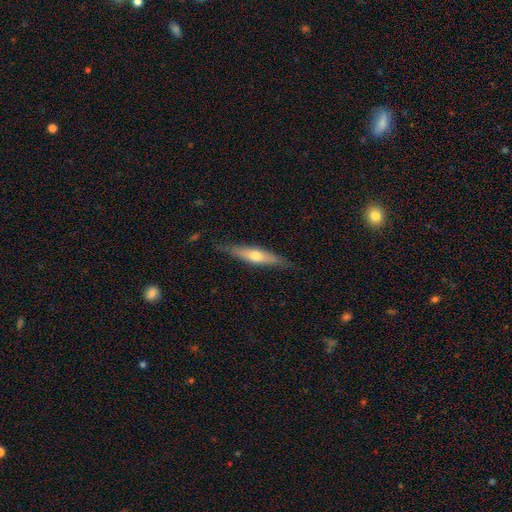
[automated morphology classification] A featured or disk galaxy (49%). Merging: none (82%).